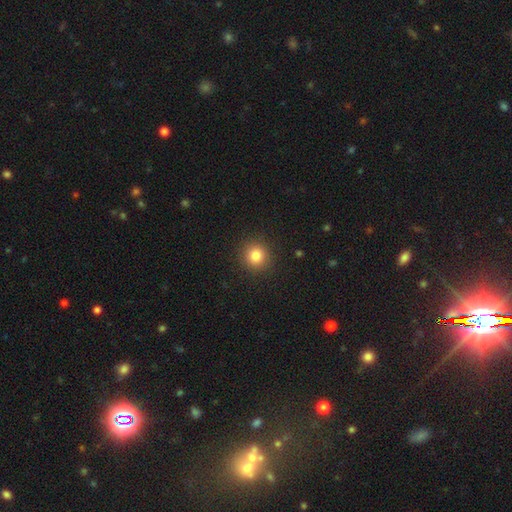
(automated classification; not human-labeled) smooth_or_featured: smooth (p=0.83) [alt: star or artifact p=0.11]
how_rounded: round (p=0.93) [alt: in between p=0.06]
merging: none (p=0.91) [alt: minor disturbance p=0.06]